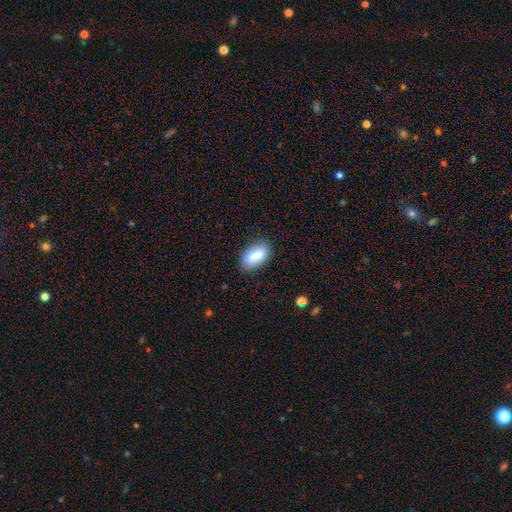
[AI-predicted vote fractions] Smooth or featured? Predicted: smooth (p=0.82). How rounded? Predicted: in between (p=0.91). Merging? Predicted: none (p=0.81).